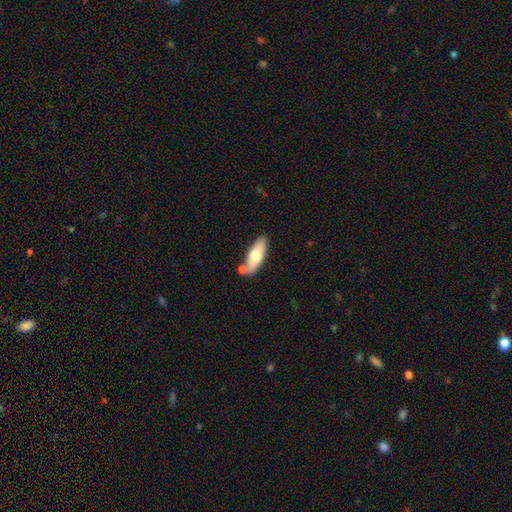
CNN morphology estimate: This appears to be a smooth galaxy with no disk features (66%) that is in between round and cigar-shaped (66%). Merging: none (73%).